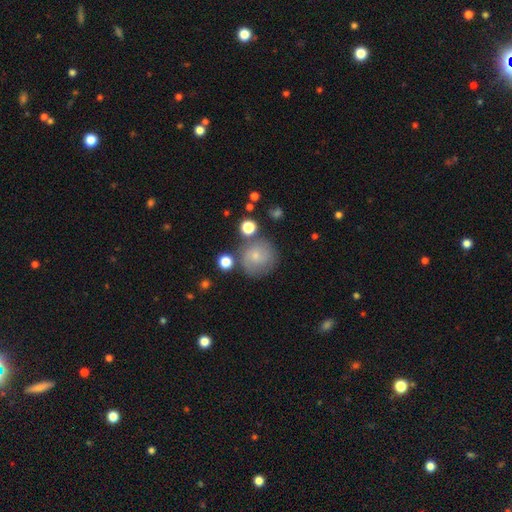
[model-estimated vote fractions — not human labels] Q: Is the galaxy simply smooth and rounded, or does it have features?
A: smooth — 61%.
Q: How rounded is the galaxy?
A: round — 90%.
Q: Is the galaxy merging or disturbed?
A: none — 66%.